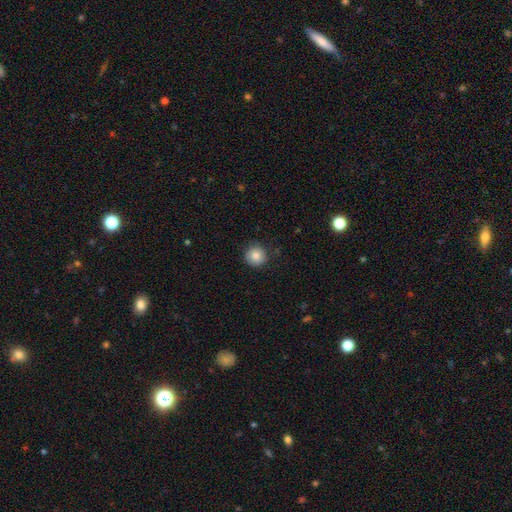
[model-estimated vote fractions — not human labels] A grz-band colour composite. It shows a smooth galaxy with no disk features (81%) that is round (94%). Merging: none (83%).